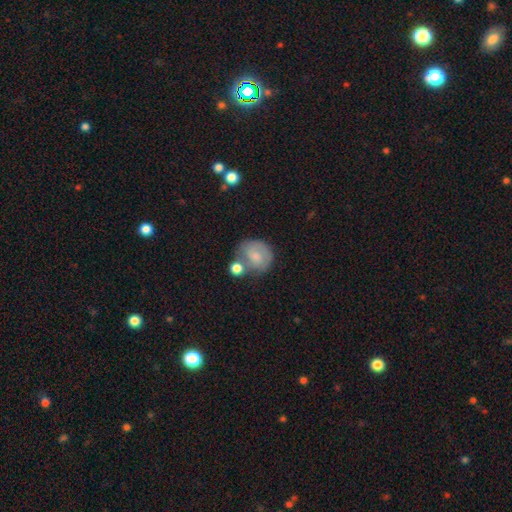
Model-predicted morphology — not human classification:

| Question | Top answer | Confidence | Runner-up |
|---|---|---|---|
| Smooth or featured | smooth | 59% | featured or disk (33%) |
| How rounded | round | 73% | in between (26%) |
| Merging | none | 43% | merger (26%) |